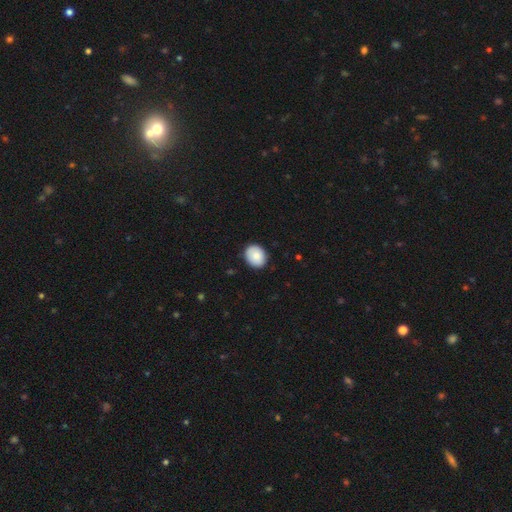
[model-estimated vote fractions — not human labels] Overall: smooth (84%). How rounded: round (51%; in between 48%). Merging: none (88%).